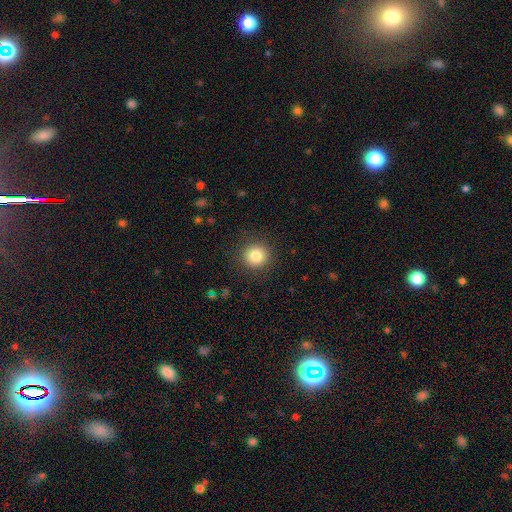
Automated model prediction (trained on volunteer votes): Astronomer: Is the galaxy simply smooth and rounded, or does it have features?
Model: smooth — 82%.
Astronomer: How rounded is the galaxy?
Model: round — 93%.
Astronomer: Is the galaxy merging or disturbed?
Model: none — 90%.